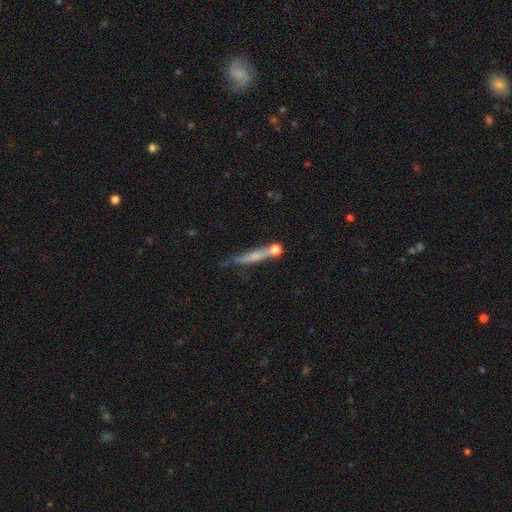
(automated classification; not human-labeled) A smooth galaxy with no disk features (46%).

Vote fractions:
- Smooth or featured? smooth: 46% / featured or disk: 44% / star or artifact: 10%
- Merging? none: 55% / minor disturbance: 19% / merger: 17% / major disturbance: 9%